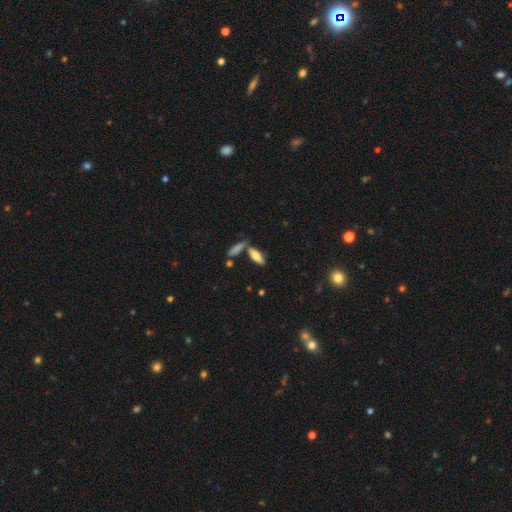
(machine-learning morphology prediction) Overall: smooth (70%). How rounded: in between (54%; cigar-shaped 44%). Merging: none (64%).